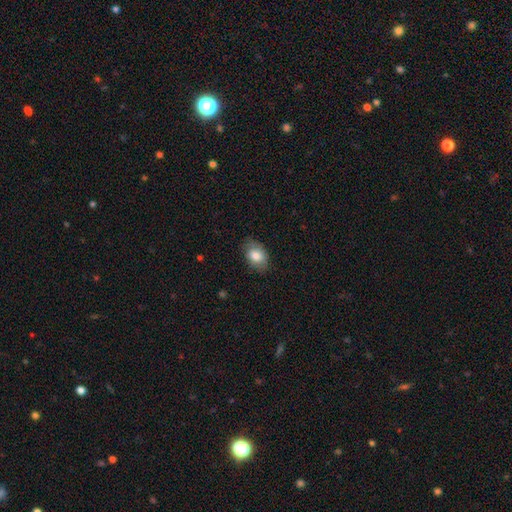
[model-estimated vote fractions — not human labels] Smooth or featured? smooth (78%)
How rounded? in between (83%)
Merging? none (76%)